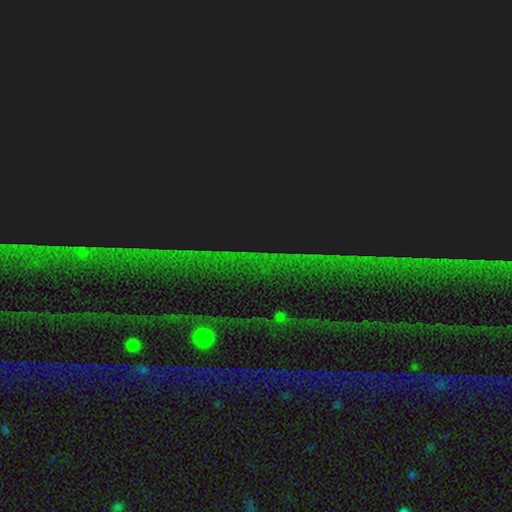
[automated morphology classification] This appears to be a star or artifact, not a galaxy (88%).